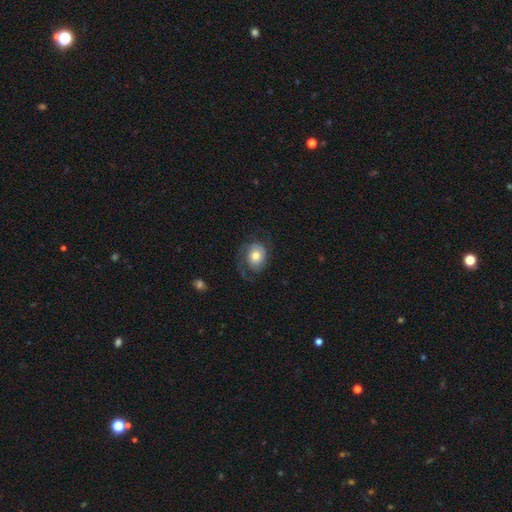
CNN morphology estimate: The model was most divided on "smooth or featured": smooth: 47%, featured or disk: 46%, star or artifact: 7%. More confident: merging — none (52%).